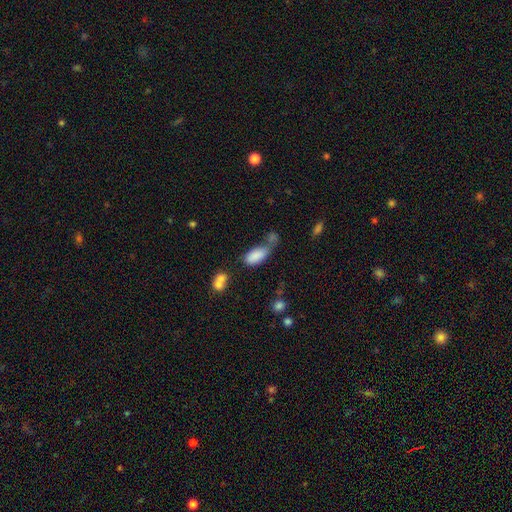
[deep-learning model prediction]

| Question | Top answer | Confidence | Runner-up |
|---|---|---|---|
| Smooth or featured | smooth | 84% | star or artifact (8%) |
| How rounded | in between | 91% | cigar-shaped (6%) |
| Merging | none | 40% | merger (30%) |